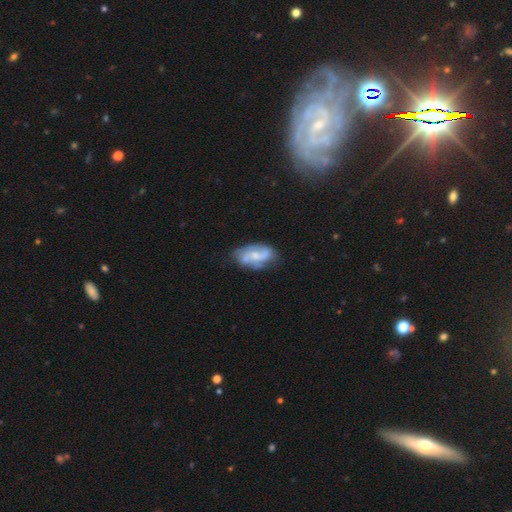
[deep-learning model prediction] Smooth or featured? featured or disk (66%)
Edge-on disk? no (96%)
Bar? no (52%)
Spiral arms? yes (86%)
Spiral winding? medium (46%)
Spiral arm count? 2 (64%)
Bulge size? small (46%)
Merging? none (61%)